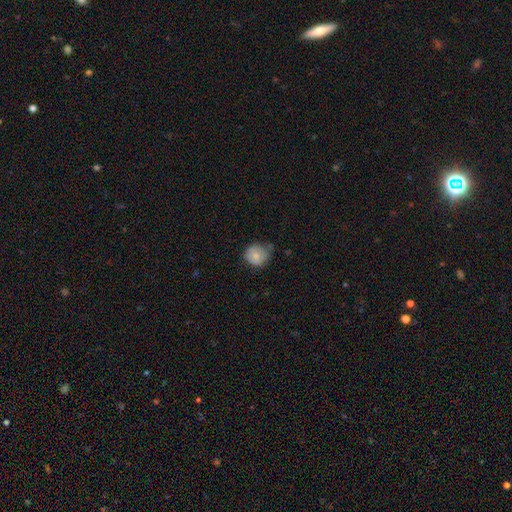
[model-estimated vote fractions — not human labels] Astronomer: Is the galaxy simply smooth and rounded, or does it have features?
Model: smooth — 74%.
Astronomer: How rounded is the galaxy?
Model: round — 82%.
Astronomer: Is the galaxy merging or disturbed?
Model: none — 52% (runner-up: minor disturbance, 37%).